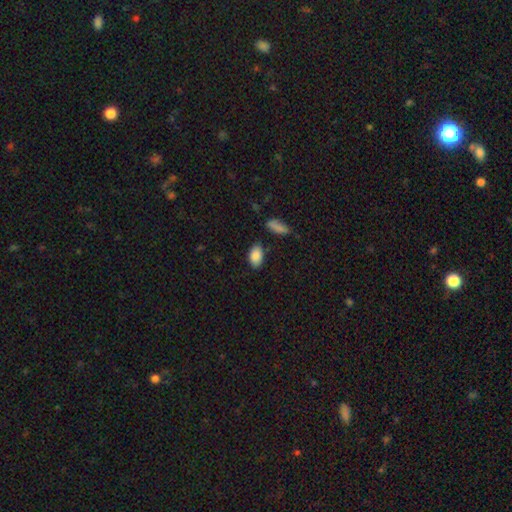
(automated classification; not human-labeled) Smooth or featured: smooth — 88% (star or artifact — 7%)
How rounded: in between — 91% (round — 7%)
Merging: none — 81% (minor disturbance — 12%)